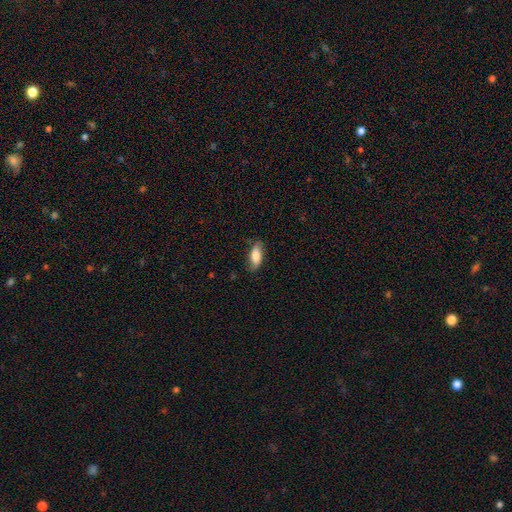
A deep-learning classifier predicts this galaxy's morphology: Overall: smooth (78%). How rounded: in between (78%). Merging: none (76%).